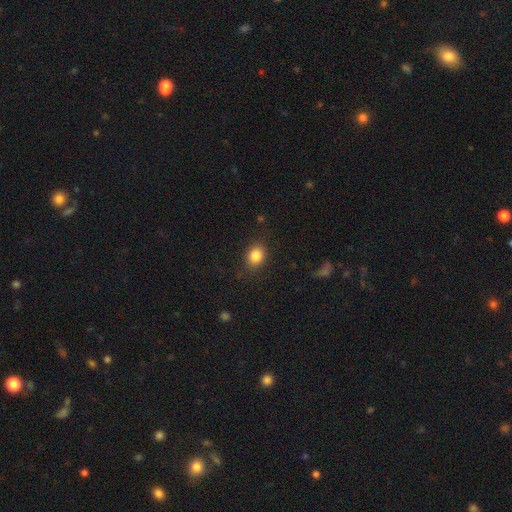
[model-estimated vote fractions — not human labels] A smooth galaxy with no disk features (85%) that is in between round and cigar-shaped (50%).

Vote fractions:
- Smooth or featured? smooth: 85% / star or artifact: 10% / featured or disk: 6%
- How rounded? in between: 50% / round: 49% / cigar-shaped: 1%
- Merging? none: 84% / minor disturbance: 11% / major disturbance: 4% / merger: 1%